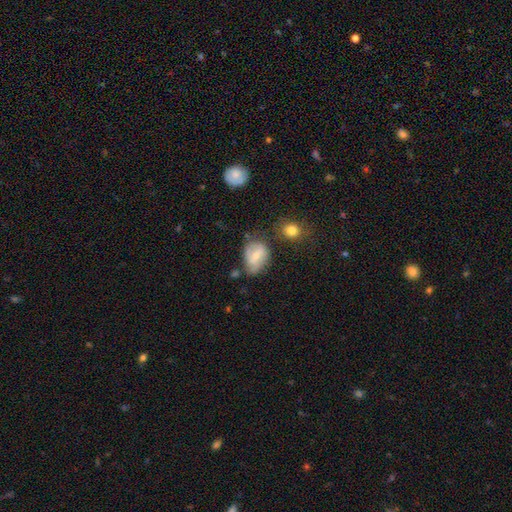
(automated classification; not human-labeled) smooth_or_featured: smooth (p=0.48) [alt: featured or disk p=0.44]
merging: none (p=0.48) [alt: minor disturbance p=0.31]